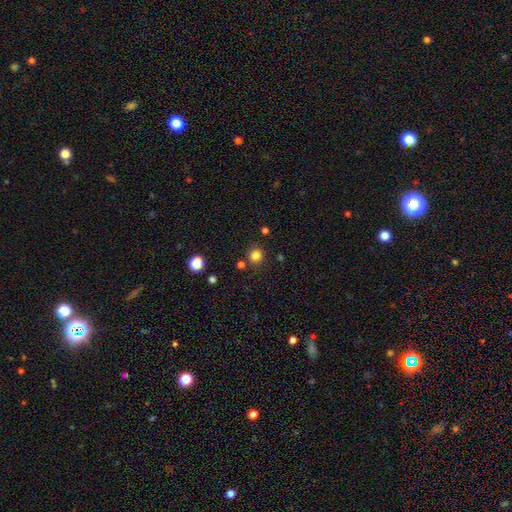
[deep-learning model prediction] Smooth or featured?
  - smooth: 81% *
  - star or artifact: 14%
  - featured or disk: 4%
How rounded?
  - round: 89% *
  - in between: 10%
  - cigar-shaped: 1%
Merging?
  - none: 84% *
  - minor disturbance: 8%
  - merger: 6%
  - major disturbance: 3%